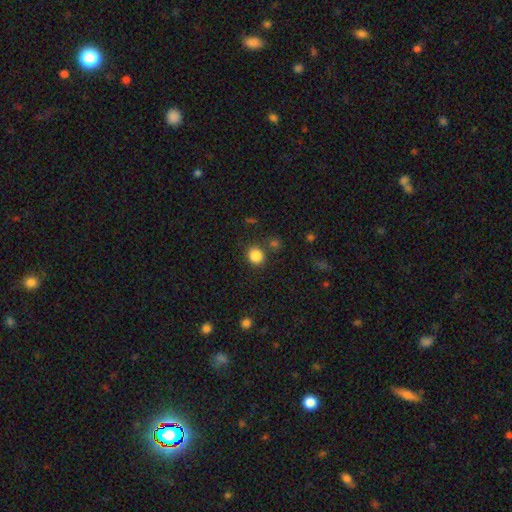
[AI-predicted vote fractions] Smooth or featured?
  - smooth: 86% *
  - star or artifact: 11%
  - featured or disk: 4%
How rounded?
  - round: 81% *
  - in between: 18%
  - cigar-shaped: 1%
Merging?
  - none: 82% *
  - minor disturbance: 9%
  - merger: 6%
  - major disturbance: 3%